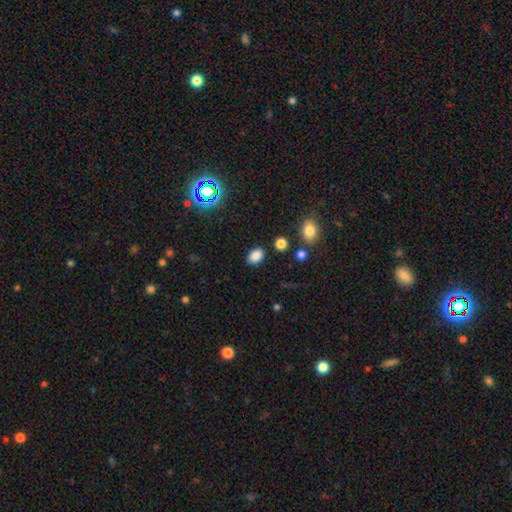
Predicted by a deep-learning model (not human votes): Morphology: type=smooth (83%); roundness=in between (82%); merging=none (84%).